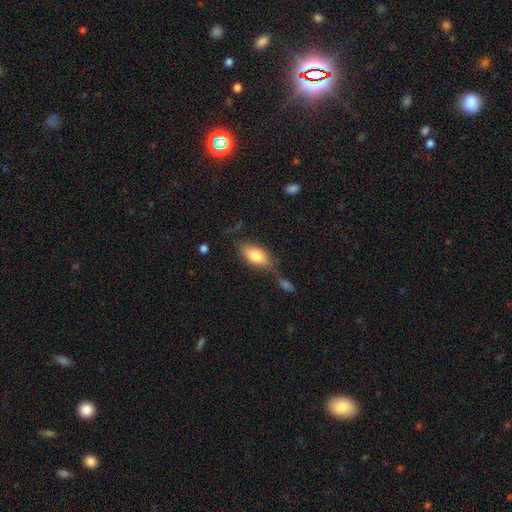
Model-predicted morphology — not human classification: Smooth or featured: smooth — 77% (featured or disk — 16%)
How rounded: in between — 89% (cigar-shaped — 8%)
Merging: none — 51% (minor disturbance — 21%)